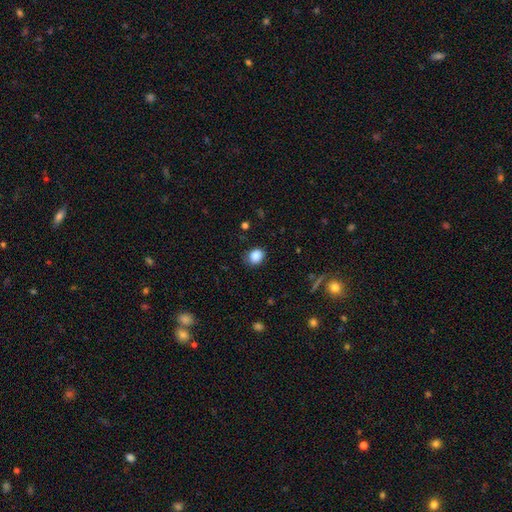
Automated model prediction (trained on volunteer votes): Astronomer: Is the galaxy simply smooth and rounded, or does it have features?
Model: smooth — 86%.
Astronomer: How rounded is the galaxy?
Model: round — 58% (runner-up: in between, 41%).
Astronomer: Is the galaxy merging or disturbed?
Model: none — 76%.